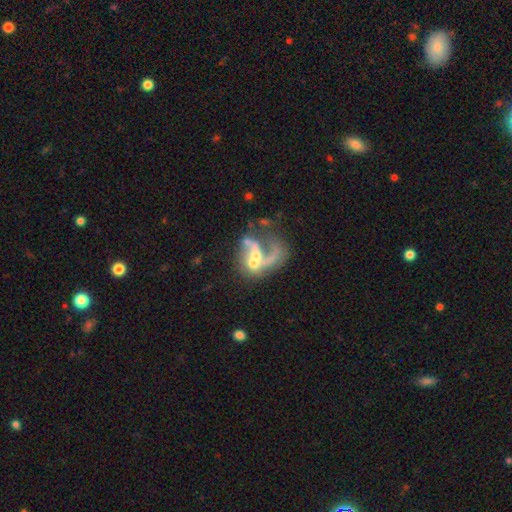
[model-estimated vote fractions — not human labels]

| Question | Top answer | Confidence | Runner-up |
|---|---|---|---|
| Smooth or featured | featured or disk | 74% | smooth (16%) |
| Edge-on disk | no | 98% | yes (2%) |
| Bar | no | 63% | weak (28%) |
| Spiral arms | yes | 69% | no (31%) |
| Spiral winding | loose | 68% | medium (25%) |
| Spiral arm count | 1 | 54% | 2 (30%) |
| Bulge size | small | 40% | moderate (39%) |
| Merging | merger | 34% | major disturbance (32%) |